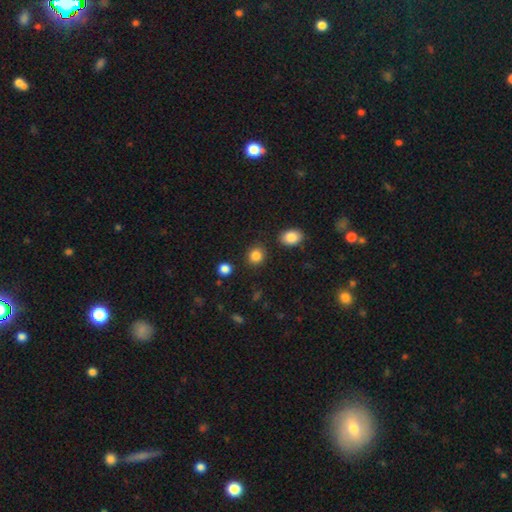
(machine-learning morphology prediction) A smooth galaxy with no disk features (86%) that is round (78%).

Vote fractions:
- Smooth or featured? smooth: 86% / star or artifact: 10% / featured or disk: 4%
- How rounded? round: 78% / in between: 21% / cigar-shaped: 1%
- Merging? none: 87% / minor disturbance: 7% / merger: 3% / major disturbance: 2%